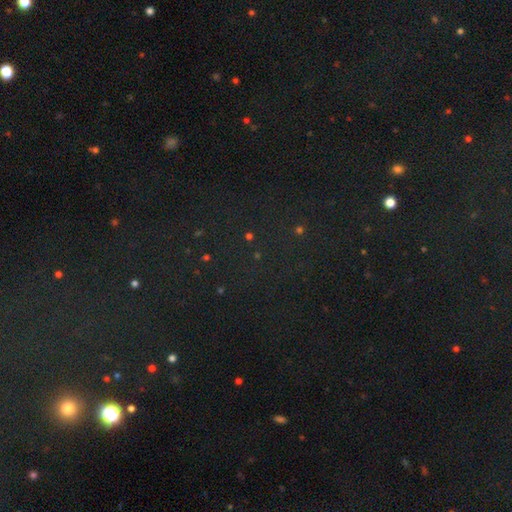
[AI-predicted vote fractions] Morphology: type=star or artifact (75%).